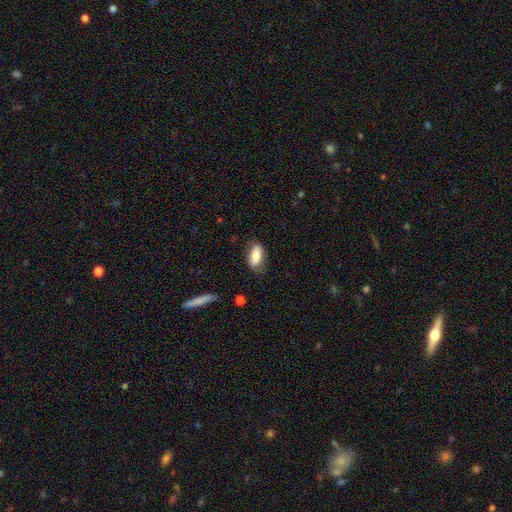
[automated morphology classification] Smooth or featured? Predicted: smooth (p=0.80). How rounded? Predicted: in between (p=0.85). Merging? Predicted: none (p=0.74).